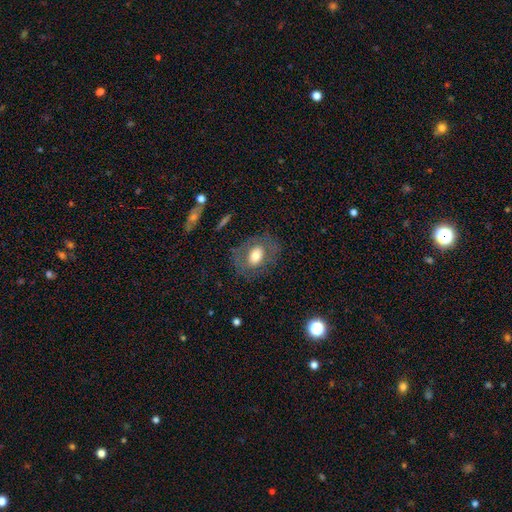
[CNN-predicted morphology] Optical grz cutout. It shows a smooth galaxy with no disk features (62%) that is in between round and cigar-shaped (63%). Merging: none (72%).